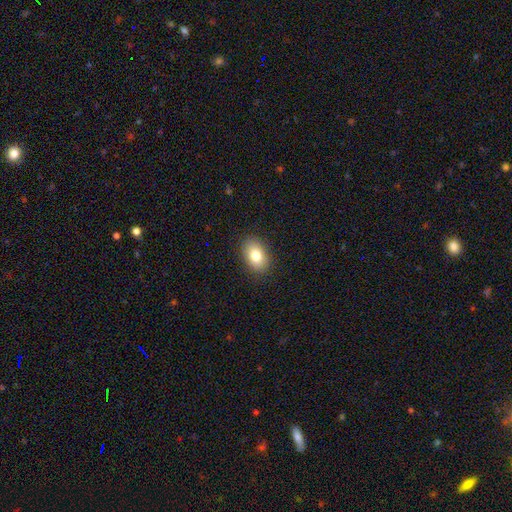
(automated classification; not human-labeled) A smooth galaxy with no disk features (81%) that is in between round and cigar-shaped (84%).

Vote fractions:
- Smooth or featured? smooth: 81% / featured or disk: 10% / star or artifact: 9%
- How rounded? in between: 84% / round: 15% / cigar-shaped: 1%
- Merging? none: 89% / minor disturbance: 8% / major disturbance: 2% / merger: 1%